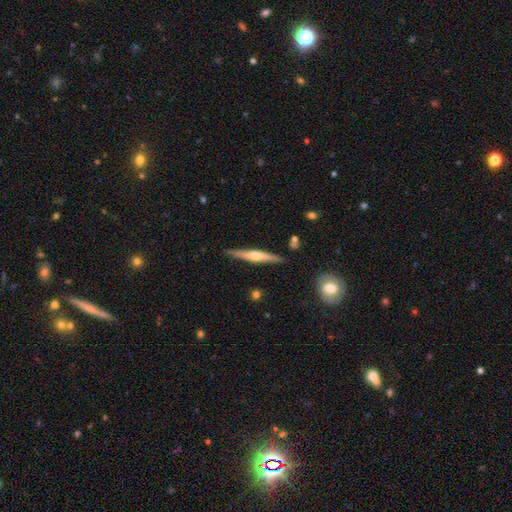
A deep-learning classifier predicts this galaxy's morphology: Smooth or featured? Predicted: featured or disk (p=0.61). Edge-on disk? Predicted: yes (p=0.96). Edge-on bulge? Predicted: rounded (p=0.76). Merging? Predicted: none (p=0.87).